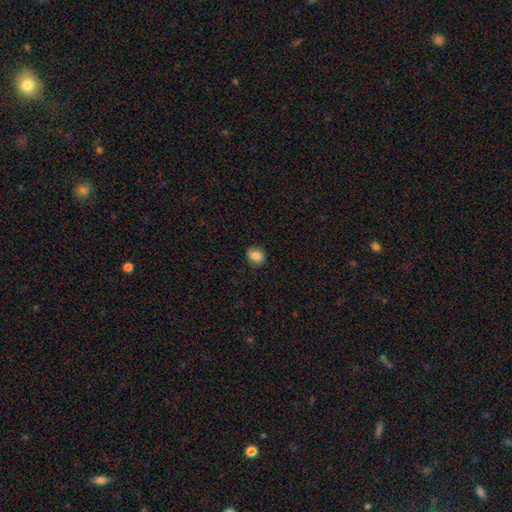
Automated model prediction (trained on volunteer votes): A smooth galaxy with no disk features (84%) that is round (54%). Merging: none (85%).